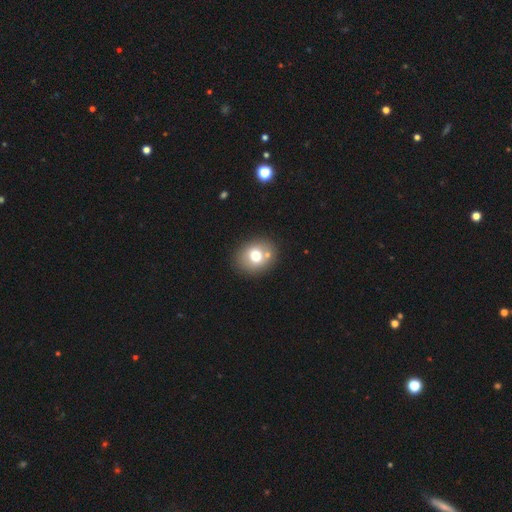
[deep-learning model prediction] smooth-or-featured: smooth: 70% | featured or disk: 18% | star or artifact: 12%
  how-rounded: round: 66% | in between: 33% | cigar-shaped: 1%
  merging: none: 75% | merger: 12% | minor disturbance: 10% | major disturbance: 3%